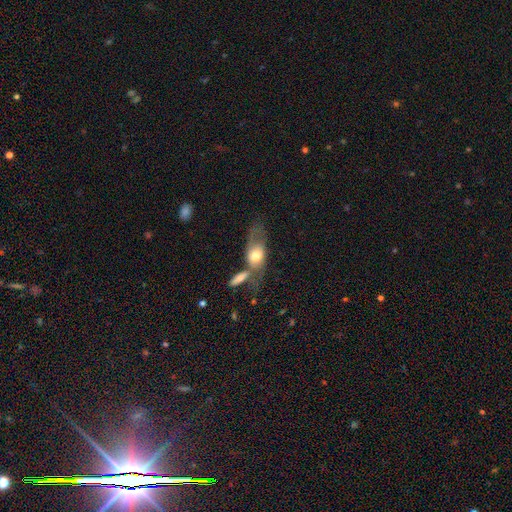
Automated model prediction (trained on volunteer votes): Morphology: type=smooth (54%); roundness=in between (76%); merging=merger (39%).